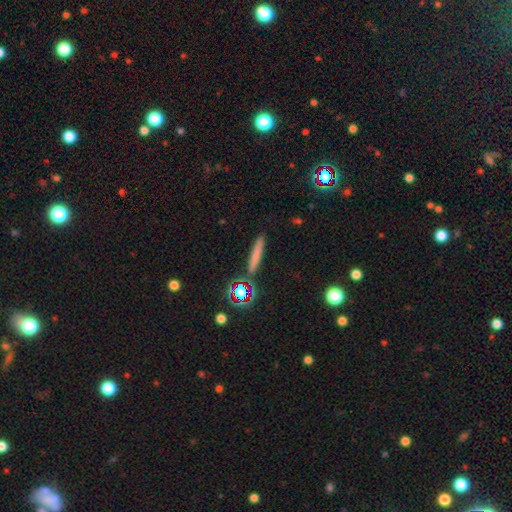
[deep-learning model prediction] smooth 69%, featured or disk 16%, star or artifact 15%. Down the decision tree: how rounded — cigar-shaped (90%); merging — none (84%).